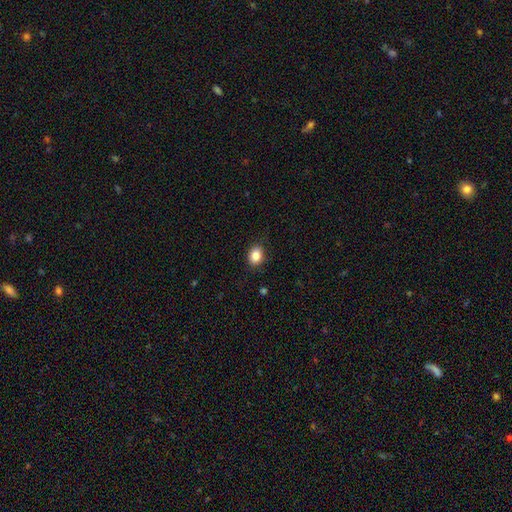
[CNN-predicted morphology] Smooth or featured: smooth — 86% (star or artifact — 9%)
How rounded: in between — 56% (round — 43%)
Merging: none — 86% (minor disturbance — 11%)